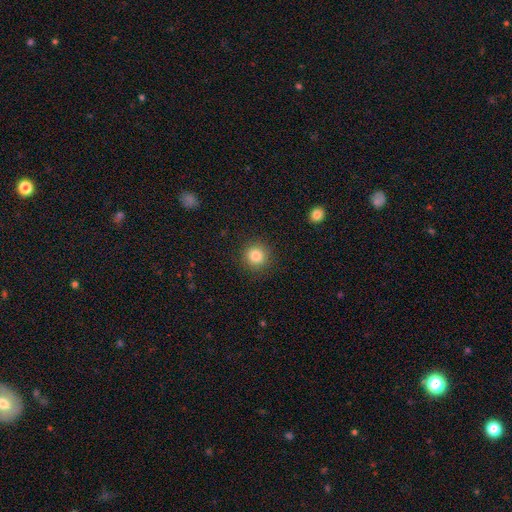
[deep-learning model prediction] Morphology: type=smooth (84%); roundness=round (93%); merging=none (90%).